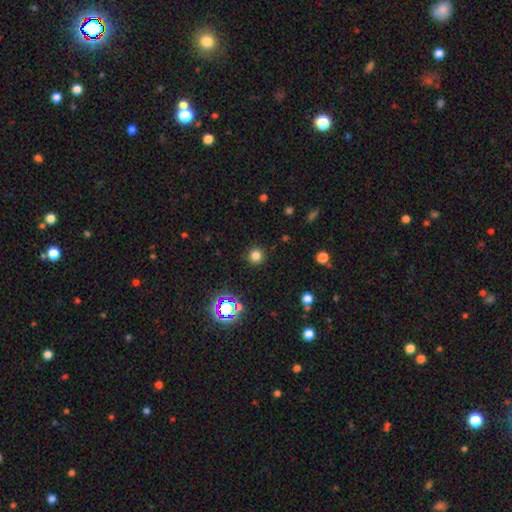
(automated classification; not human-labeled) smooth-or-featured: smooth: 77% | star or artifact: 18% | featured or disk: 5%
  how-rounded: round: 94% | in between: 5% | cigar-shaped: 1%
  merging: none: 90% | minor disturbance: 6% | major disturbance: 3% | merger: 1%